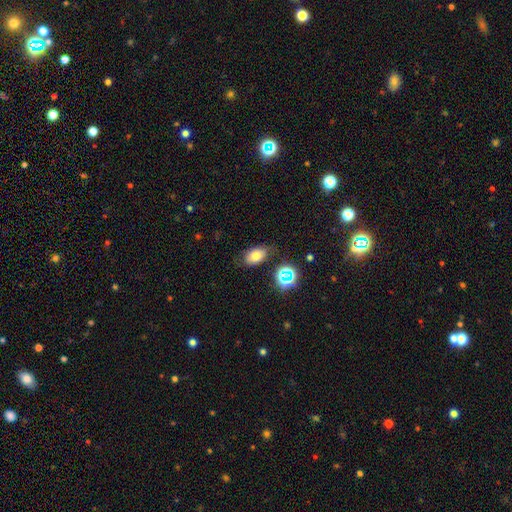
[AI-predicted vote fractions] Smooth or featured? smooth (71%)
How rounded? in between (87%)
Merging? none (73%)